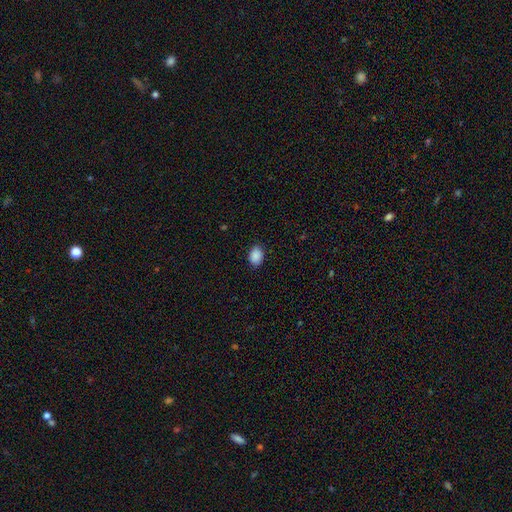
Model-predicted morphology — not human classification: Smooth or featured? smooth (90%)
How rounded? in between (79%)
Merging? none (86%)